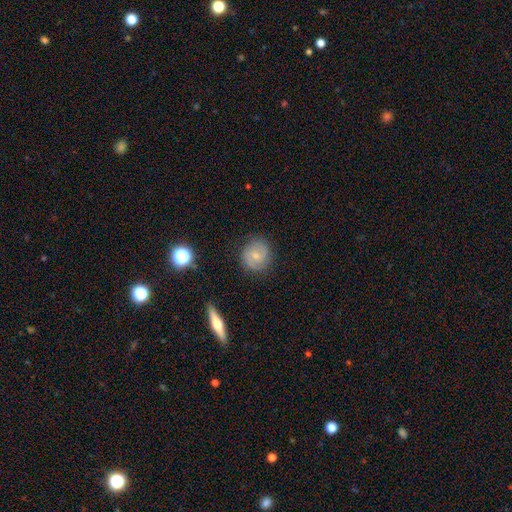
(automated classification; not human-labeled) This is possibly a featured or disk galaxy (60%). It is clearly not viewed edge-on (97%). Bar: possibly no (59%). Spiral arm pattern: clearly yes (91%). Spiral arm count: likely 2 (76%). Spiral winding: marginally tight (44%). Central bulge: likely small (61%). Merging: clearly none (82%).